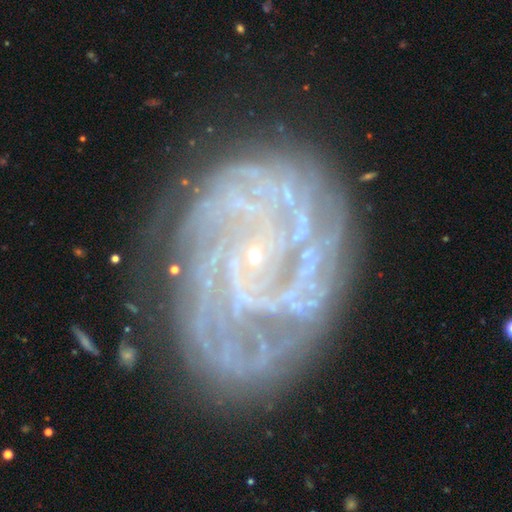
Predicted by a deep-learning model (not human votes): A featured or disk galaxy (87%) with no bar (68%), tight (72%) spiral arms (96%) and a small central bulge (88%). Merging: none (76%).